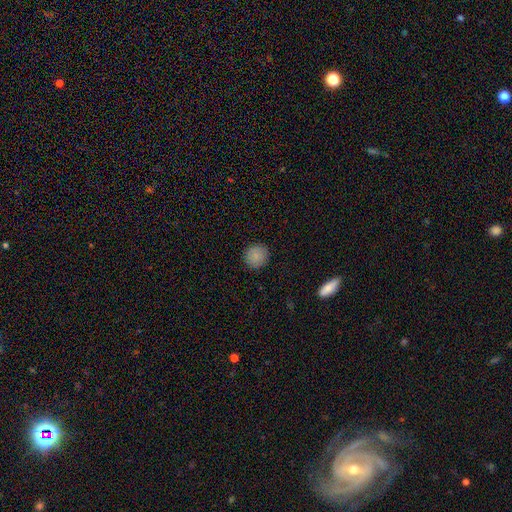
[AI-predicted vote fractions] The model was most divided on "smooth or featured": smooth: 86%, star or artifact: 9%, featured or disk: 5%. More confident: how rounded — round (92%); merging — none (90%).